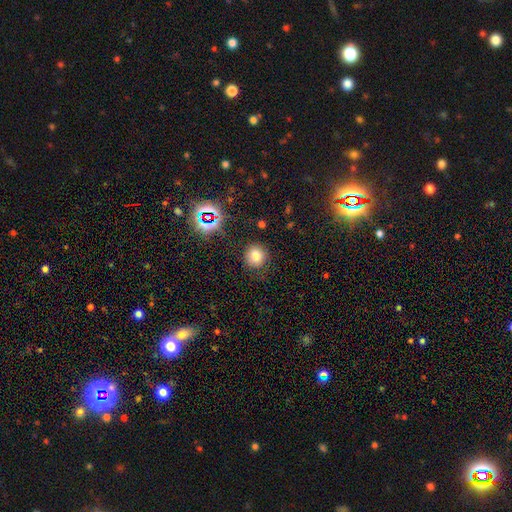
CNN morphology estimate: Smooth or featured? Predicted: smooth (p=0.74). How rounded? Predicted: round (p=0.86). Merging? Predicted: none (p=0.82).